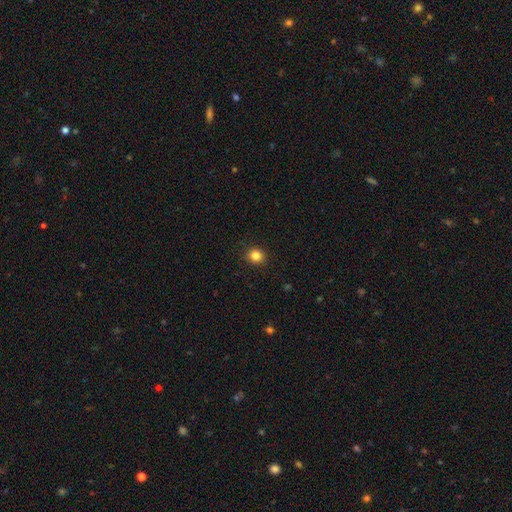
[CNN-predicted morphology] Smooth or featured?
  - smooth: 84% *
  - star or artifact: 11%
  - featured or disk: 4%
How rounded?
  - round: 85% *
  - in between: 14%
  - cigar-shaped: 1%
Merging?
  - none: 91% *
  - minor disturbance: 6%
  - major disturbance: 2%
  - merger: 1%